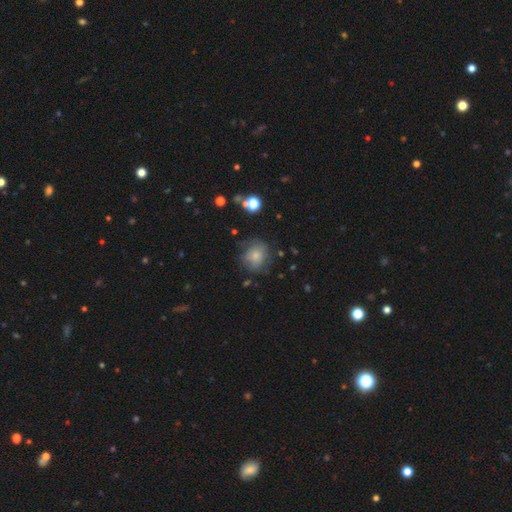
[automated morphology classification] This appears to be a smooth galaxy with no disk features (69%) that is round (78%). Merging: none (63%).